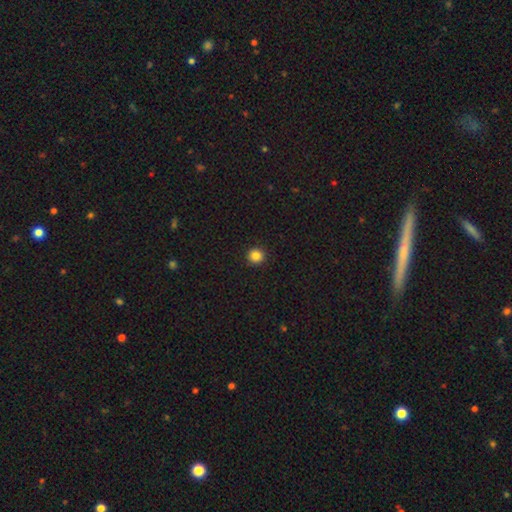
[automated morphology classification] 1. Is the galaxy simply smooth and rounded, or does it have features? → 85% smooth, 12% star or artifact, 3% featured or disk.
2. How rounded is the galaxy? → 95% round, 4% in between, 1% cigar-shaped.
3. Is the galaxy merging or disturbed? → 93% none, 4% minor disturbance, 1% major disturbance, 1% merger.